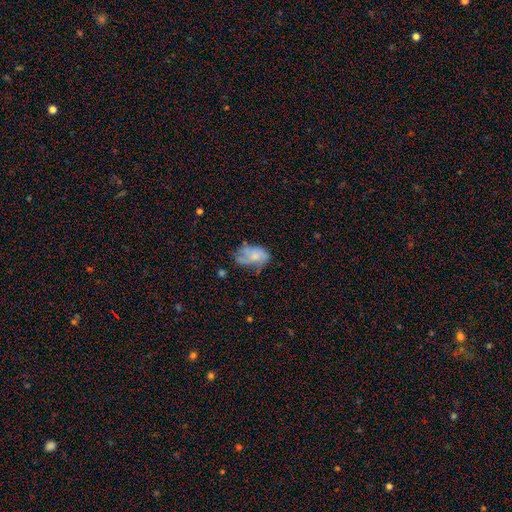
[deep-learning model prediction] A smooth galaxy with no disk features (56%) that is in between round and cigar-shaped (86%). Merging: none (39%).